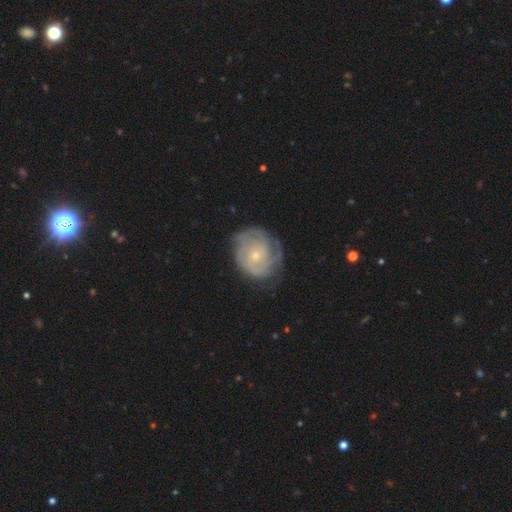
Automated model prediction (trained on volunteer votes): Smooth or featured? Predicted: featured or disk (p=0.70). Edge-on disk? Predicted: no (p=0.97). Bar? Predicted: no (p=0.81). Spiral arms? Predicted: yes (p=0.81). Spiral winding? Predicted: tight (p=0.68). Spiral arm count? Predicted: can't tell (p=0.48). Bulge size? Predicted: small (p=0.74). Merging? Predicted: none (p=0.61).